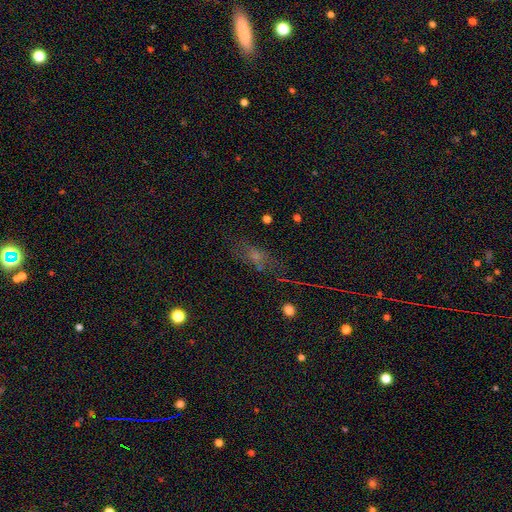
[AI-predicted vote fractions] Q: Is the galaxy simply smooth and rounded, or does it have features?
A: star or artifact — 36%, tied with smooth.